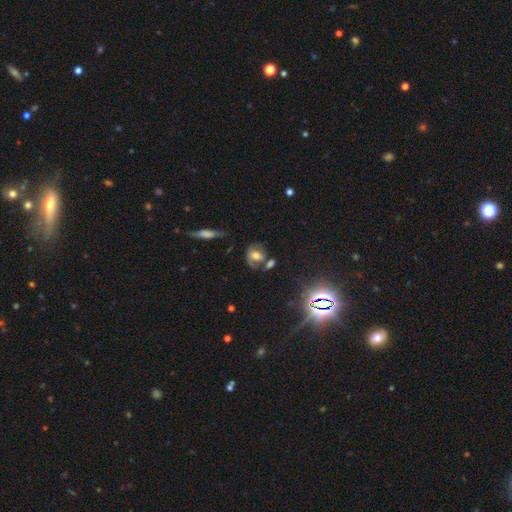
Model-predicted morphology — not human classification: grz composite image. It shows a featured or disk galaxy (43%). Merging: none (46%).